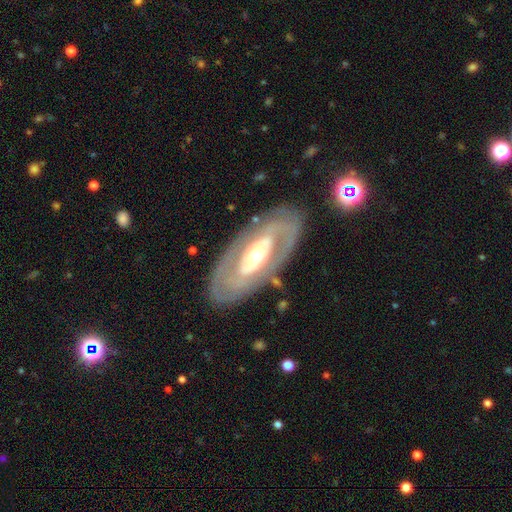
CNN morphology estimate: This is likely a featured or disk galaxy (75%). It is clearly not viewed edge-on (89%). Bar: possibly no (58%). Spiral arm pattern: possibly no (56%). Central bulge: likely moderate (65%). Merging: clearly none (82%).